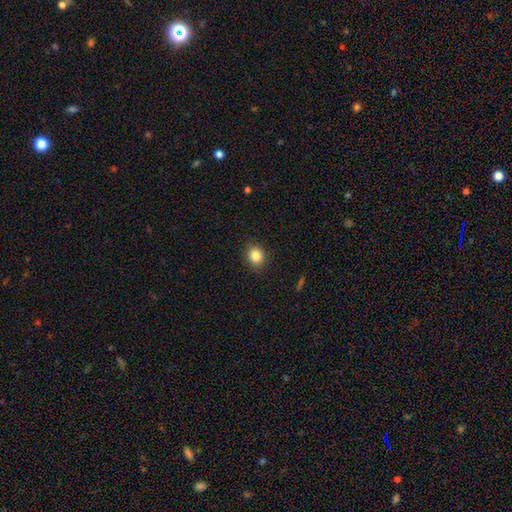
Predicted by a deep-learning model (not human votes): Smooth or featured?
  - smooth: 84% *
  - star or artifact: 10%
  - featured or disk: 6%
How rounded?
  - round: 69% *
  - in between: 30%
  - cigar-shaped: 1%
Merging?
  - none: 88% *
  - minor disturbance: 9%
  - major disturbance: 2%
  - merger: 1%